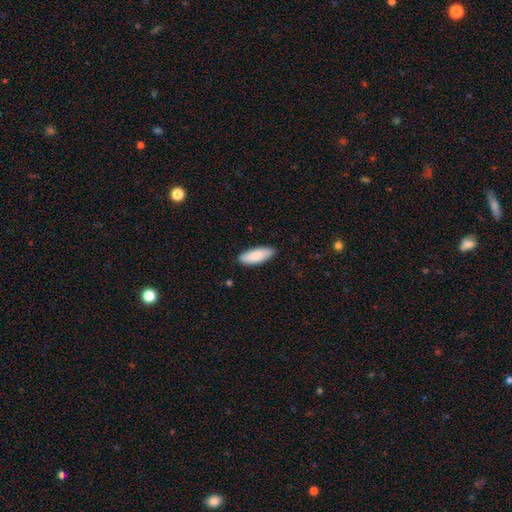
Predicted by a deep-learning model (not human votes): Q: Smooth or featured?
A: smooth (87%); runner-up: featured or disk (8%)
Q: How rounded?
A: in between (72%); runner-up: cigar-shaped (26%)
Q: Merging?
A: none (88%); runner-up: minor disturbance (9%)